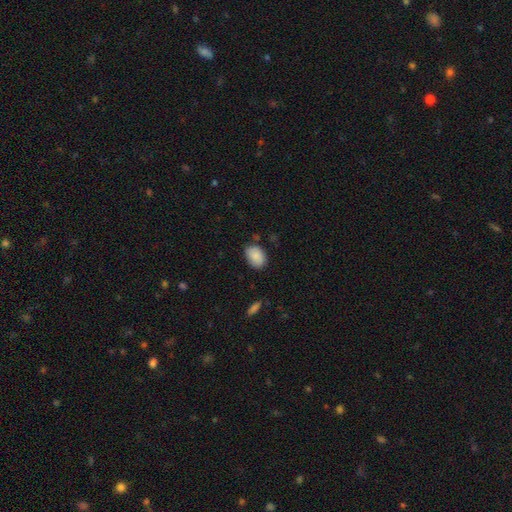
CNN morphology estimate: Smooth or featured?
  - smooth: 87% *
  - star or artifact: 7%
  - featured or disk: 6%
How rounded?
  - in between: 80% *
  - round: 19%
  - cigar-shaped: 1%
Merging?
  - none: 74% *
  - minor disturbance: 20%
  - major disturbance: 4%
  - merger: 2%